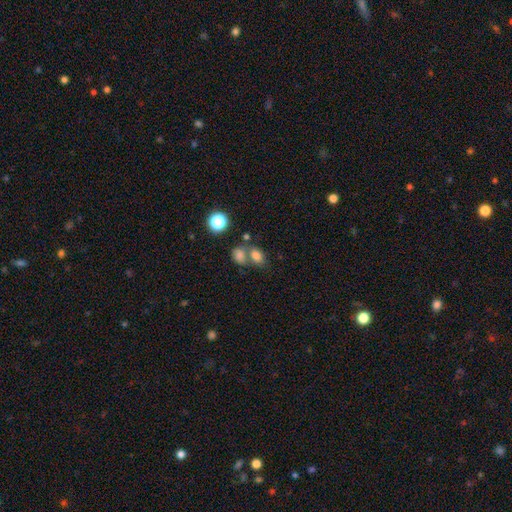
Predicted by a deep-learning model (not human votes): Smooth or featured? smooth (77%)
How rounded? in between (74%)
Merging? none (43%)